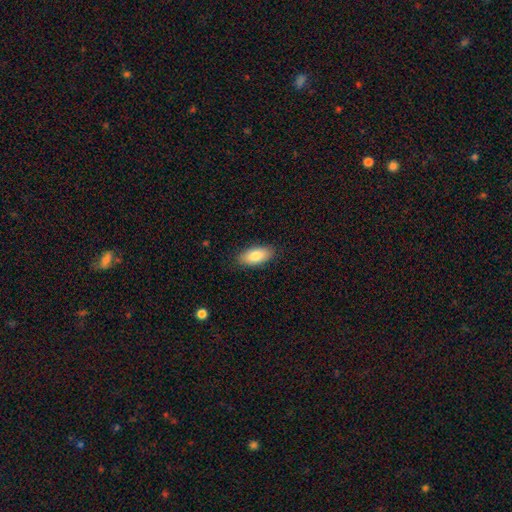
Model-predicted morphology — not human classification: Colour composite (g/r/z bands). It shows a smooth galaxy with no disk features (84%) that is in between round and cigar-shaped (90%). Merging: none (87%).